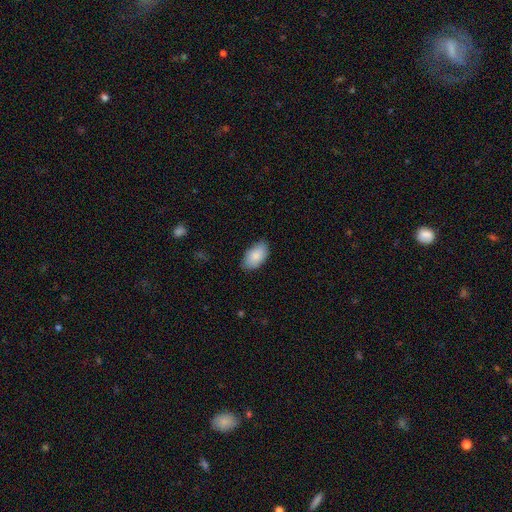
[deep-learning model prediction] A smooth galaxy with no disk features (87%) that is in between round and cigar-shaped (95%). Merging: none (81%).